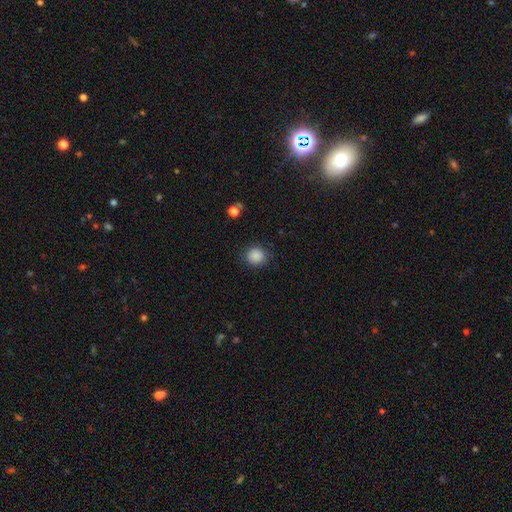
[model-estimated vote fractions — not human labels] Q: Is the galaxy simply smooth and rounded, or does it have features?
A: smooth — 87%.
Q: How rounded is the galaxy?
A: round — 89%.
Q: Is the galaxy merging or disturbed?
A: none — 87%.